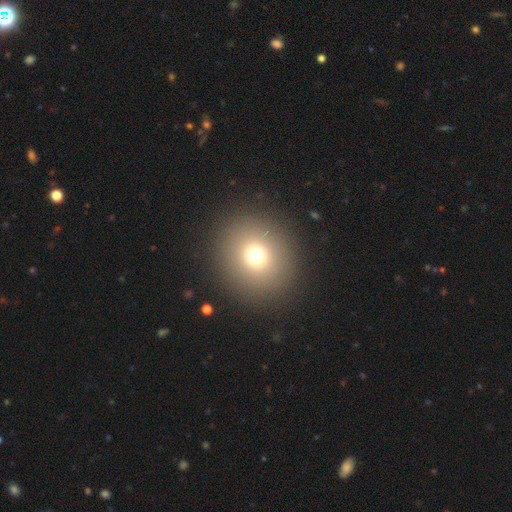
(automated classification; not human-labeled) This appears to be a smooth galaxy with no disk features (70%) that is round (88%). Merging: none (90%).